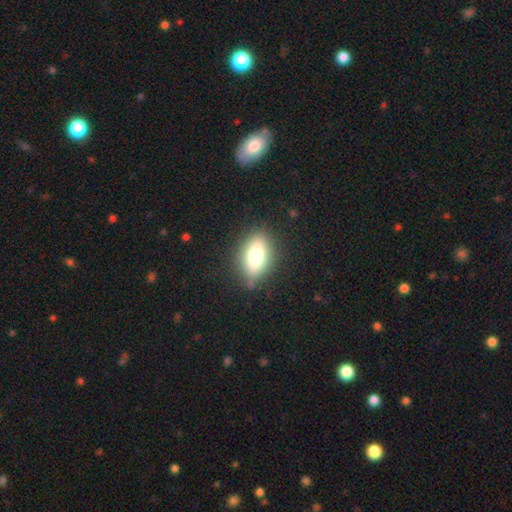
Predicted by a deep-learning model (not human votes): Morphology: type=smooth (74%); roundness=in between (84%); merging=none (81%).